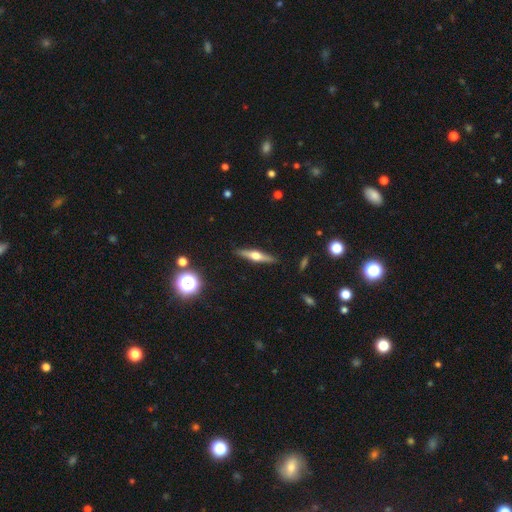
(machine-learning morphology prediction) Q: Smooth or featured?
A: featured or disk (65%); runner-up: smooth (28%)
Q: Edge-on disk?
A: yes (96%); runner-up: no (4%)
Q: Edge-on bulge?
A: rounded (93%); runner-up: boxy (4%)
Q: Merging?
A: none (90%); runner-up: minor disturbance (7%)